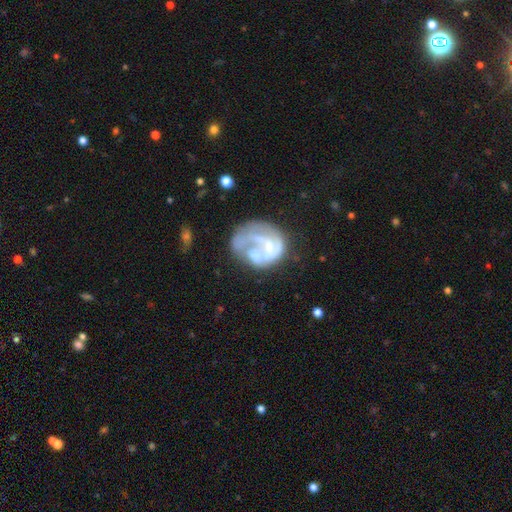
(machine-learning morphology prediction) Q: Smooth or featured?
A: featured or disk (68%); runner-up: smooth (25%)
Q: Edge-on disk?
A: no (98%); runner-up: yes (2%)
Q: Bar?
A: no (68%); runner-up: weak (25%)
Q: Spiral arms?
A: yes (55%); runner-up: no (45%)
Q: Bulge size?
A: none (40%); runner-up: moderate (28%)
Q: Merging?
A: major disturbance (37%); runner-up: none (31%)